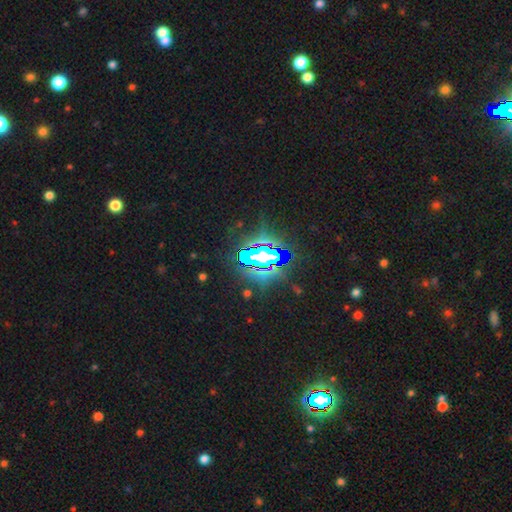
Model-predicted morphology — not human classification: smooth-or-featured: star or artifact: 80% | smooth: 10% | featured or disk: 10%